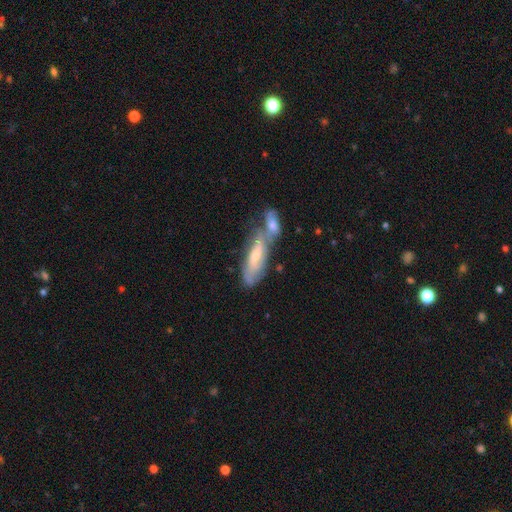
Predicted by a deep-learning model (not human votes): Morphology: type=featured or disk (55%); edge-on=no (72%); merging=merger (51%).